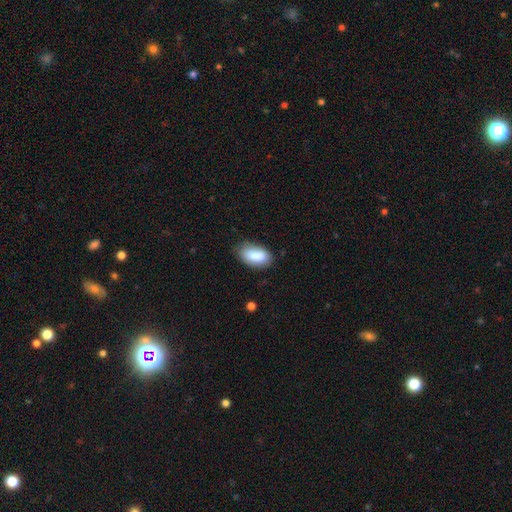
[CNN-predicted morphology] This appears to be a smooth galaxy with no disk features (87%) that is in between round and cigar-shaped (94%). Merging: none (75%).